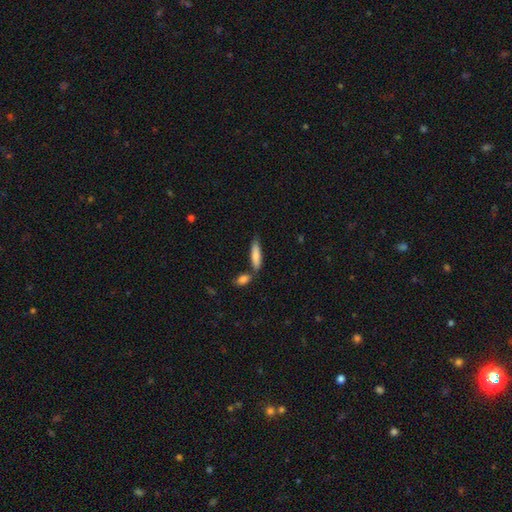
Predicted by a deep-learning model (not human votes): A smooth galaxy with no disk features (80%) that is cigar-shaped (71%).

Vote fractions:
- Smooth or featured? smooth: 80% / featured or disk: 14% / star or artifact: 6%
- How rounded? cigar-shaped: 71% / in between: 27% / round: 2%
- Merging? none: 68% / minor disturbance: 15% / merger: 14% / major disturbance: 3%